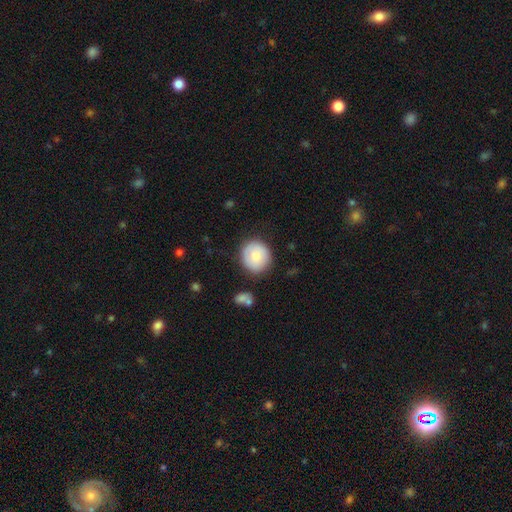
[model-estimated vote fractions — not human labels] Smooth or featured? Predicted: smooth (p=0.79). How rounded? Predicted: round (p=0.90). Merging? Predicted: none (p=0.81).